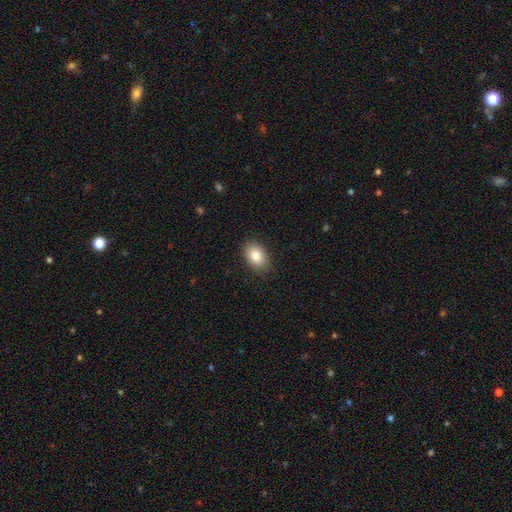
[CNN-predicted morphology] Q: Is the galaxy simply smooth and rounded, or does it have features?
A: smooth — 85%.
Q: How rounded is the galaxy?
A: in between — 82%.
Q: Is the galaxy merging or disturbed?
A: none — 88%.